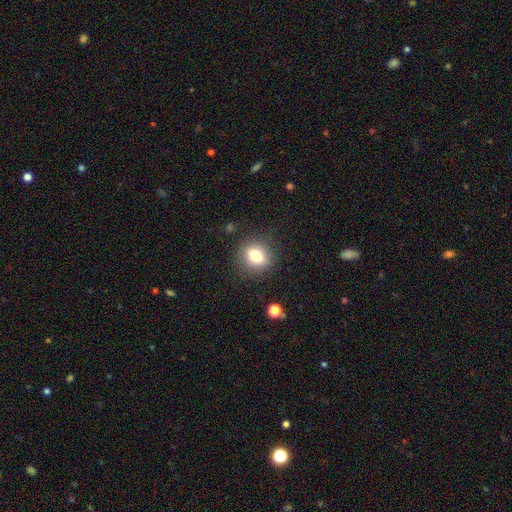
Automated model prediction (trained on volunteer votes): The model was most divided on "how rounded": round: 62%, in between: 37%, cigar-shaped: 1%. More confident: merging — none (85%); smooth or featured — smooth (79%).